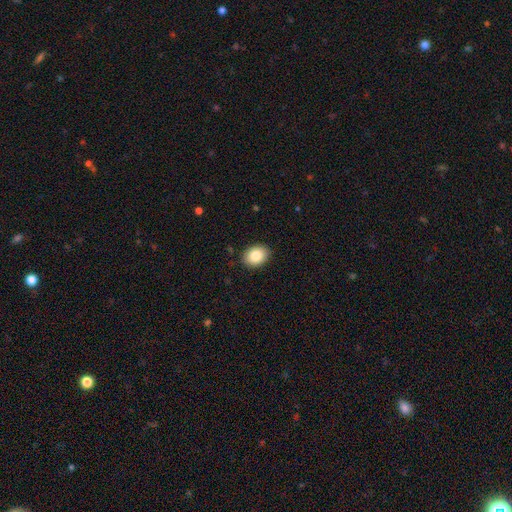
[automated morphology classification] A smooth galaxy with no disk features (85%) that is in between round and cigar-shaped (68%).

Vote fractions:
- Smooth or featured? smooth: 85% / star or artifact: 8% / featured or disk: 7%
- How rounded? in between: 68% / round: 31% / cigar-shaped: 1%
- Merging? none: 88% / minor disturbance: 9% / major disturbance: 2% / merger: 1%